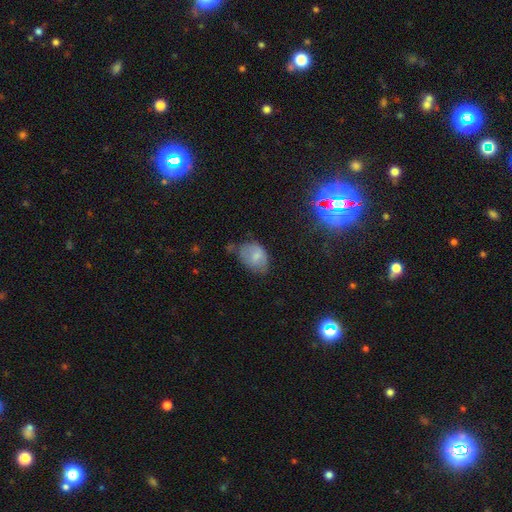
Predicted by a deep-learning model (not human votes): Smooth or featured? Predicted: smooth (p=0.71). How rounded? Predicted: in between (p=0.79). Merging? Predicted: none (p=0.45).